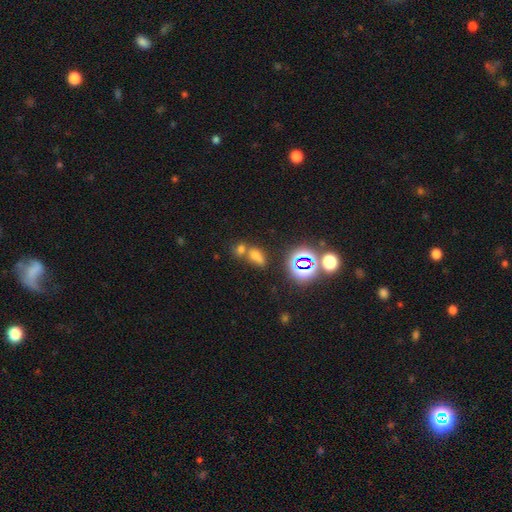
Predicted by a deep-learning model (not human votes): Smooth or featured?
  - smooth: 60% *
  - star or artifact: 31%
  - featured or disk: 10%
How rounded?
  - in between: 73% *
  - round: 20%
  - cigar-shaped: 7%
Merging?
  - none: 42% *
  - merger: 40%
  - minor disturbance: 12%
  - major disturbance: 6%